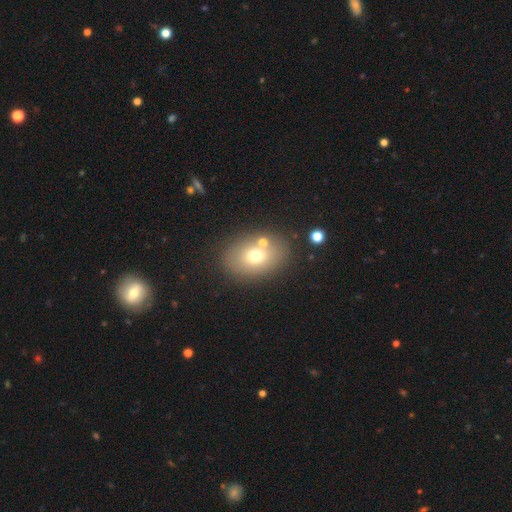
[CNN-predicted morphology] A smooth galaxy with no disk features (70%) that is in between round and cigar-shaped (72%). Merging: none (75%).